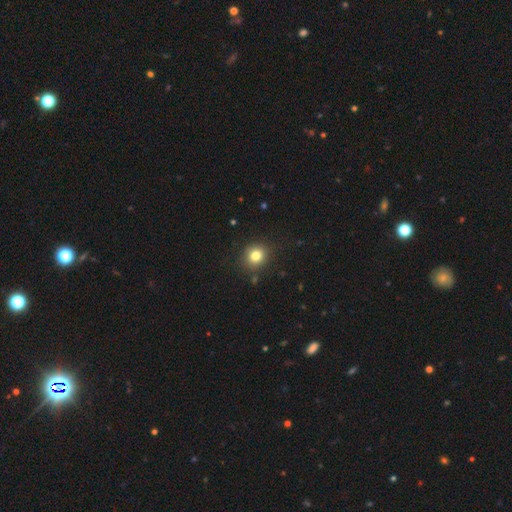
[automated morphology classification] Smooth or featured?
  - smooth: 80% *
  - star or artifact: 12%
  - featured or disk: 7%
How rounded?
  - round: 82% *
  - in between: 17%
  - cigar-shaped: 1%
Merging?
  - none: 87% *
  - minor disturbance: 9%
  - major disturbance: 3%
  - merger: 2%